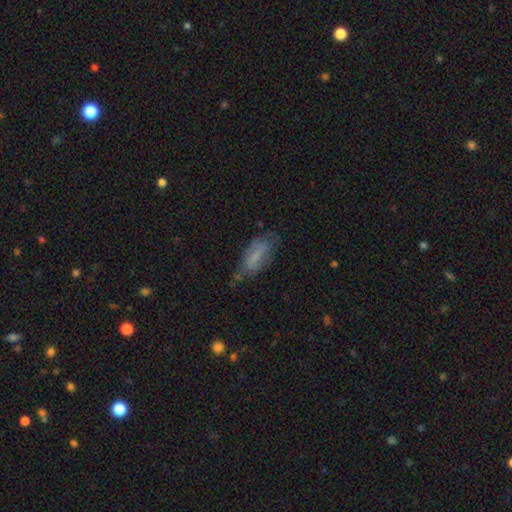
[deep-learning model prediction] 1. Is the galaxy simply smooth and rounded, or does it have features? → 62% smooth, 29% featured or disk, 9% star or artifact.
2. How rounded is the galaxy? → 69% in between, 28% cigar-shaped, 2% round.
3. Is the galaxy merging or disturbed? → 53% none, 30% minor disturbance, 13% major disturbance, 4% merger.